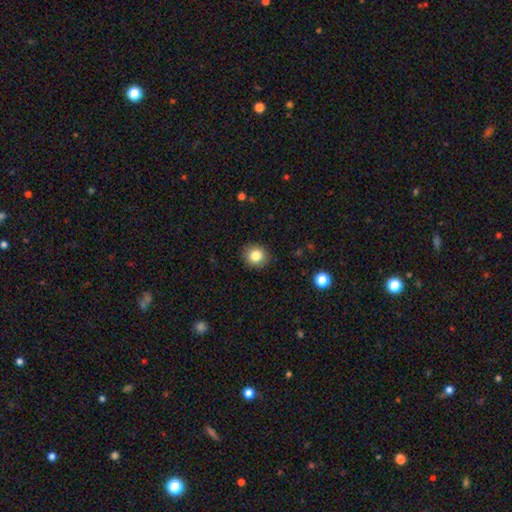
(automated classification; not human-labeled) Q: Smooth or featured?
A: smooth (84%); runner-up: star or artifact (10%)
Q: How rounded?
A: round (87%); runner-up: in between (12%)
Q: Merging?
A: none (90%); runner-up: minor disturbance (7%)